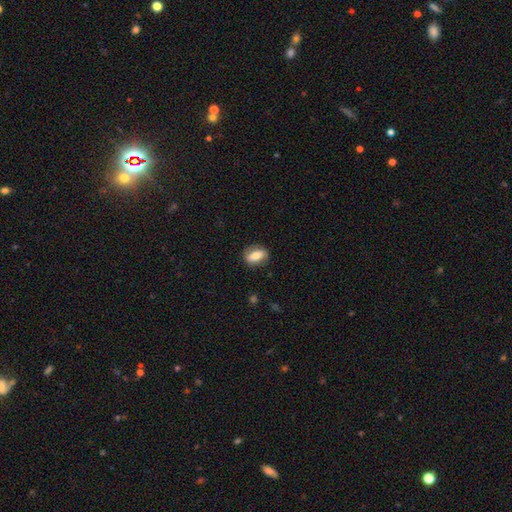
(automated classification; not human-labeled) smooth-or-featured: smooth: 72% | featured or disk: 20% | star or artifact: 7%
  how-rounded: in between: 78% | round: 15% | cigar-shaped: 8%
  merging: none: 83% | minor disturbance: 13% | major disturbance: 3% | merger: 1%